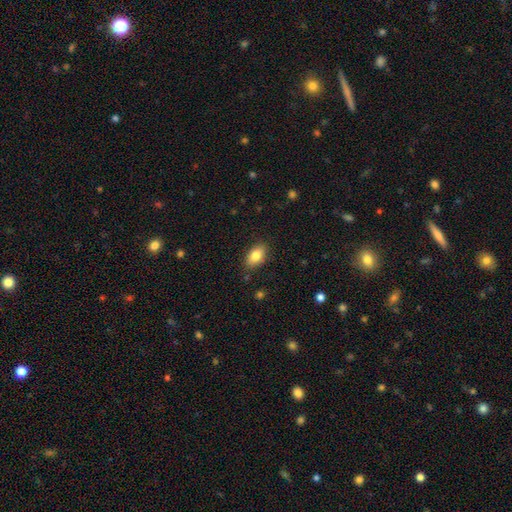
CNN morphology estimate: smooth 83%, featured or disk 9%, star or artifact 8%. Down the decision tree: how rounded — in between (90%); merging — none (85%).